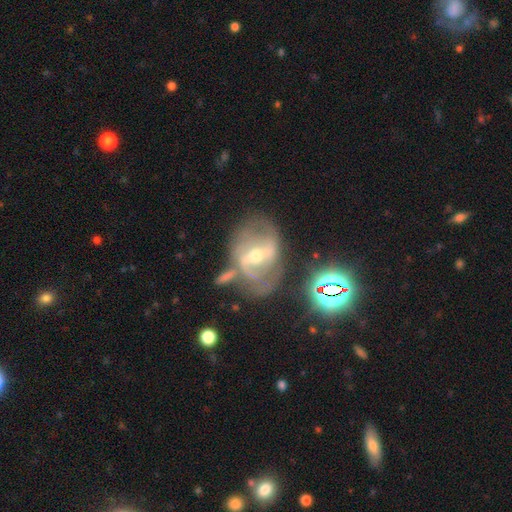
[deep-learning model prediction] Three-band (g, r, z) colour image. It shows a featured or disk galaxy (80%) with a strong bar (53%), 2 (72%) medium (45%) spiral arms (80%) and a moderate central bulge (58%). Merging: none (51%).